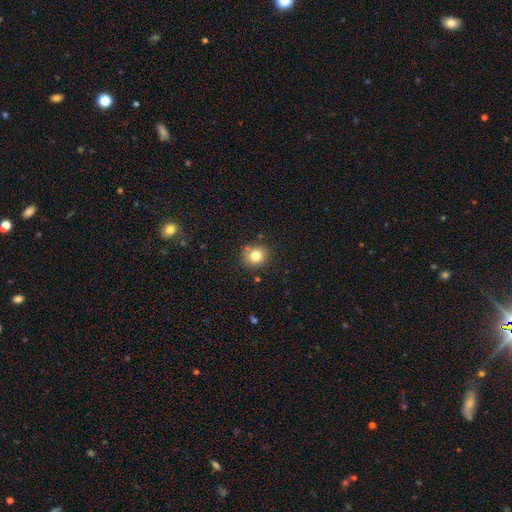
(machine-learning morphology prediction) smooth-or-featured: smooth: 80% | star or artifact: 12% | featured or disk: 8%
  how-rounded: round: 84% | in between: 15% | cigar-shaped: 1%
  merging: none: 84% | minor disturbance: 10% | merger: 3% | major disturbance: 3%